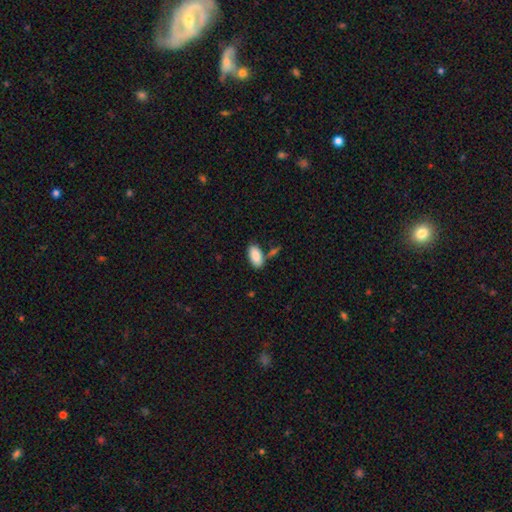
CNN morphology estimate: The model was most divided on "merging": none: 70%, minor disturbance: 13%, merger: 13%, major disturbance: 3%. More confident: how rounded — in between (93%); smooth or featured — smooth (88%).